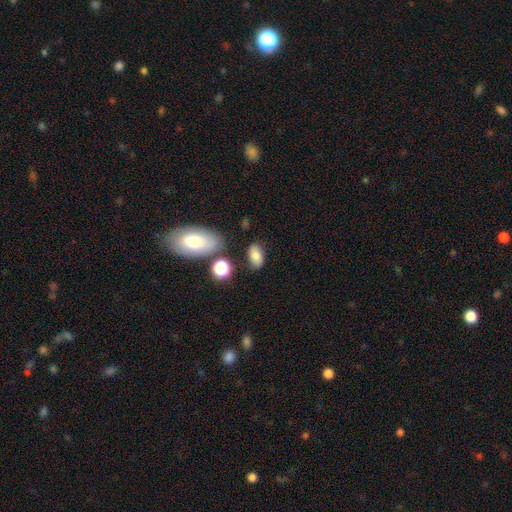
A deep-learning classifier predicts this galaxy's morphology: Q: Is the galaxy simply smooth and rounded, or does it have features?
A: smooth — 77%.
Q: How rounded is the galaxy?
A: in between — 88%.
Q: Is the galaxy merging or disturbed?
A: none — 77%.